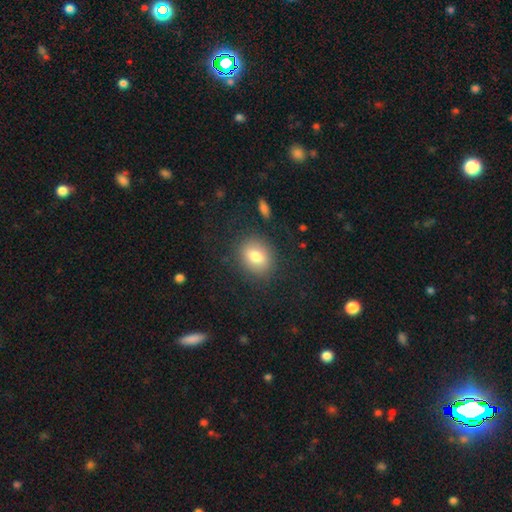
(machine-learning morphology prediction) This appears to be a smooth galaxy with no disk features (72%) that is round (69%). Merging: none (89%).